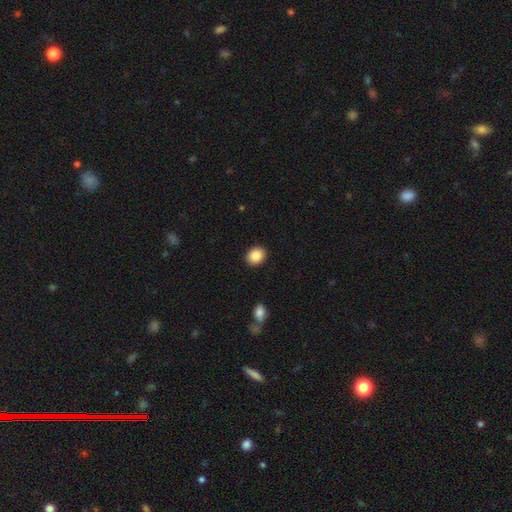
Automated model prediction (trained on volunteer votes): Smooth or featured: smooth — 88% (star or artifact — 8%)
How rounded: round — 56% (in between — 44%)
Merging: none — 91% (minor disturbance — 6%)